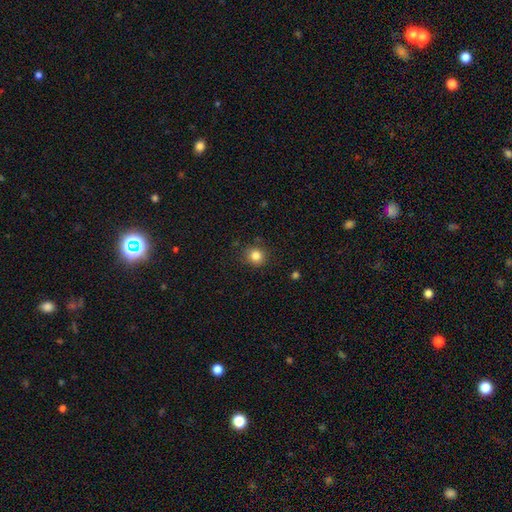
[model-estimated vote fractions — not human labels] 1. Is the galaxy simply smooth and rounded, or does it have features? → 83% smooth, 12% star or artifact, 5% featured or disk.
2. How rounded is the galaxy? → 88% round, 11% in between, 1% cigar-shaped.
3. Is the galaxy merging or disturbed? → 86% none, 10% minor disturbance, 3% major disturbance, 2% merger.